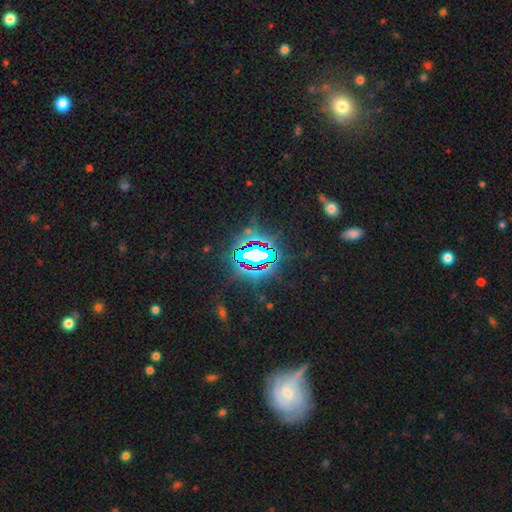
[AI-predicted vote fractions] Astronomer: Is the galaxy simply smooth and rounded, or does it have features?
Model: star or artifact — 77%.